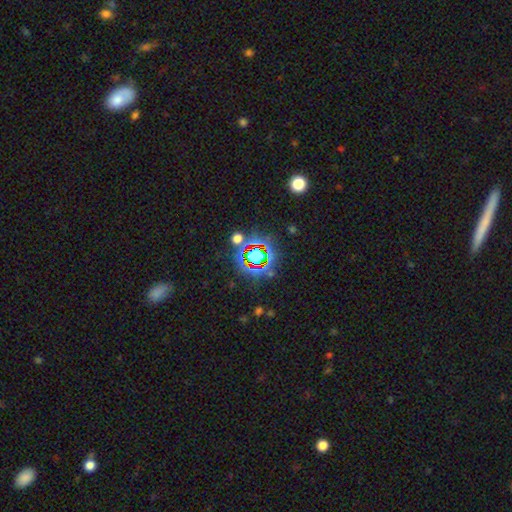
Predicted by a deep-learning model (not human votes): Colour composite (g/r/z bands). It shows a star or artifact, not a galaxy (69%).